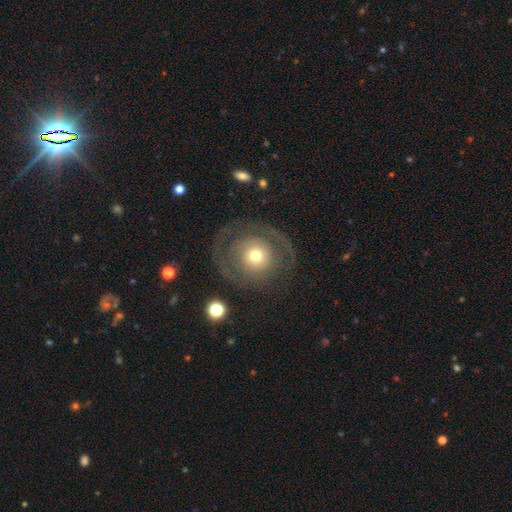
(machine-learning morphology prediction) Smooth or featured? Predicted: featured or disk (p=0.56). Edge-on disk? Predicted: no (p=0.96). Bar? Predicted: no (p=0.85). Spiral arms? Predicted: yes (p=0.59). Bulge size? Predicted: moderate (p=0.56). Merging? Predicted: none (p=0.69).